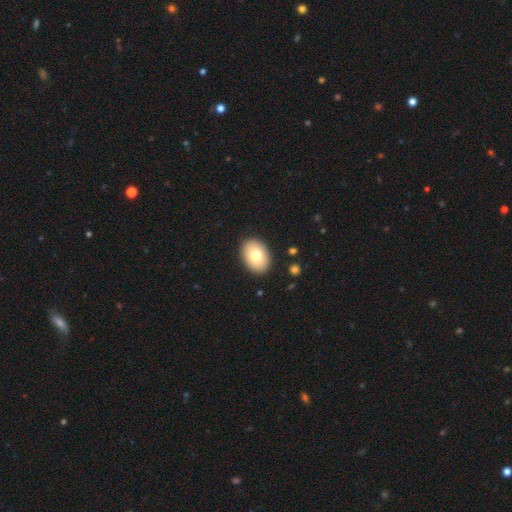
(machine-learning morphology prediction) Overall: smooth (77%). How rounded: in between (81%). Merging: none (90%).